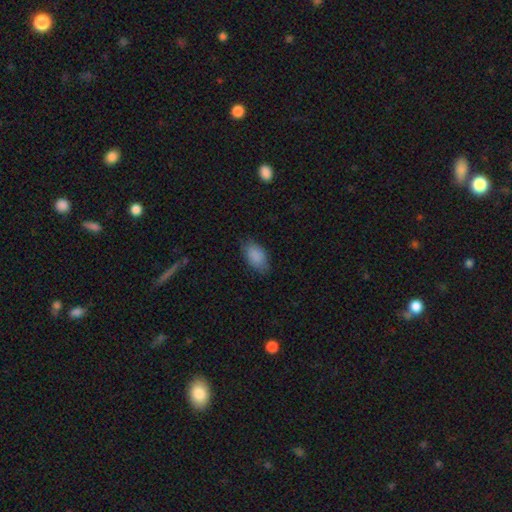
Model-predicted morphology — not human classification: A smooth galaxy with no disk features (88%) that is in between round and cigar-shaped (93%). Merging: none (79%).